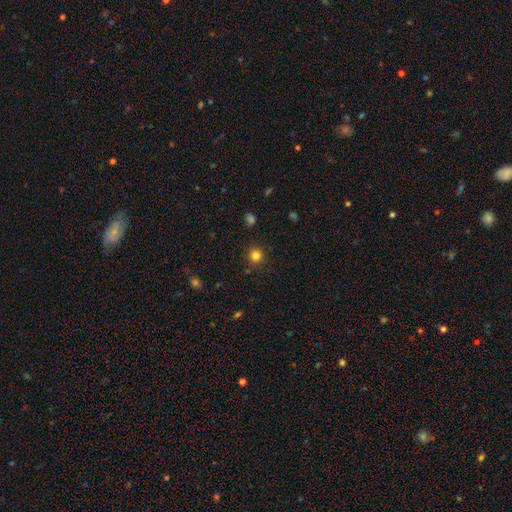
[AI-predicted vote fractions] Smooth or featured?
  - smooth: 82% *
  - star or artifact: 13%
  - featured or disk: 5%
How rounded?
  - round: 92% *
  - in between: 7%
  - cigar-shaped: 1%
Merging?
  - none: 89% *
  - minor disturbance: 7%
  - major disturbance: 2%
  - merger: 2%